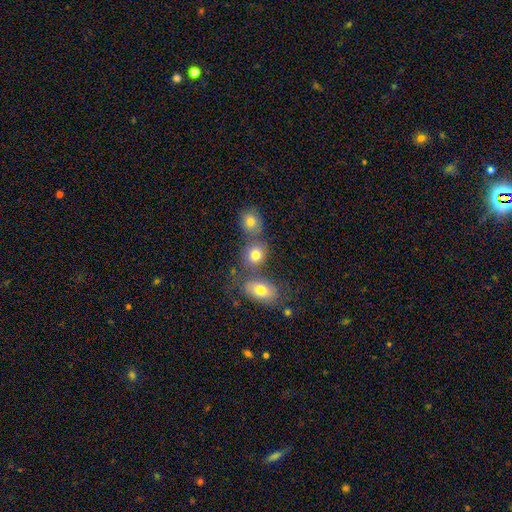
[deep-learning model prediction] star or artifact 41%, smooth 38%, featured or disk 21%.